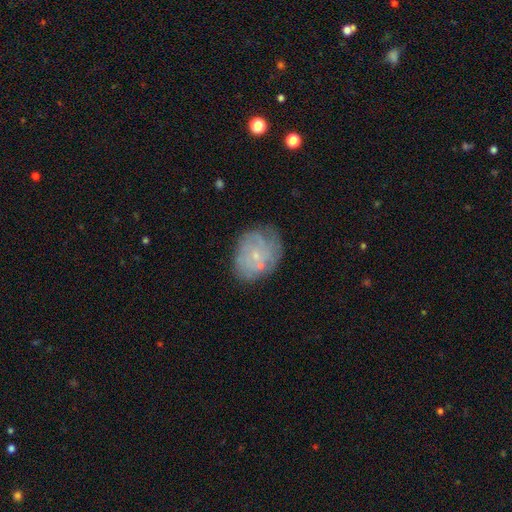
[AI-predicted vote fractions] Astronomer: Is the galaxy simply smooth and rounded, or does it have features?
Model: featured or disk — 60%.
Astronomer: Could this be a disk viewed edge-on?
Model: no — 97%.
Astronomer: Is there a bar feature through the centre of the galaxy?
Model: no — 80%.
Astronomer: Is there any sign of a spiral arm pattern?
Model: yes — 68%.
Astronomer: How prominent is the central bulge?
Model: small — 78%.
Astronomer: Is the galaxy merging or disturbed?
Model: none — 59%.